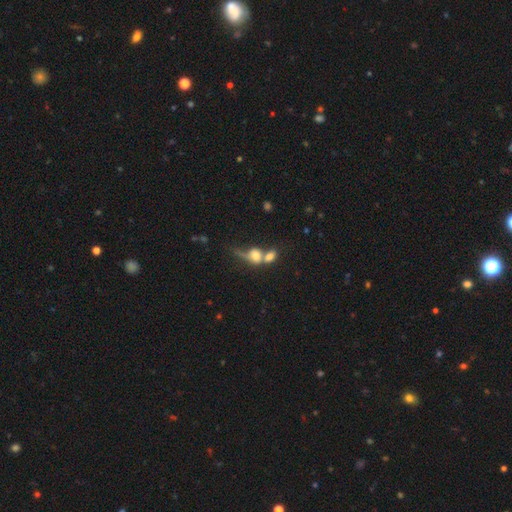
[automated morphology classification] Smooth or featured: smooth — 64% (featured or disk — 25%)
How rounded: in between — 53% (round — 42%)
Merging: merger — 66% (none — 14%)